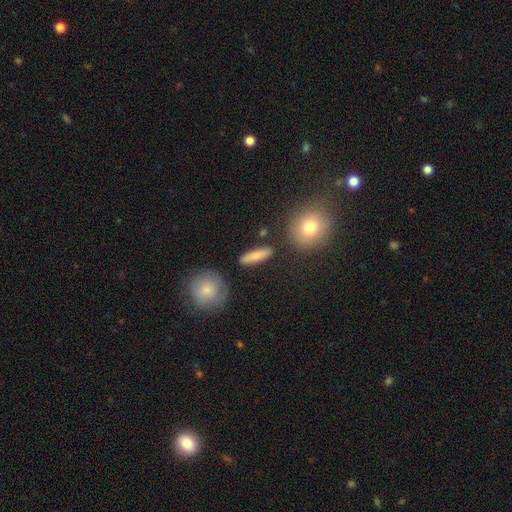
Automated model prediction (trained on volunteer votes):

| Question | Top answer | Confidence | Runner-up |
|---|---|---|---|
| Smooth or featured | smooth | 77% | featured or disk (16%) |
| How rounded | cigar-shaped | 60% | in between (35%) |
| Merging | none | 86% | minor disturbance (8%) |